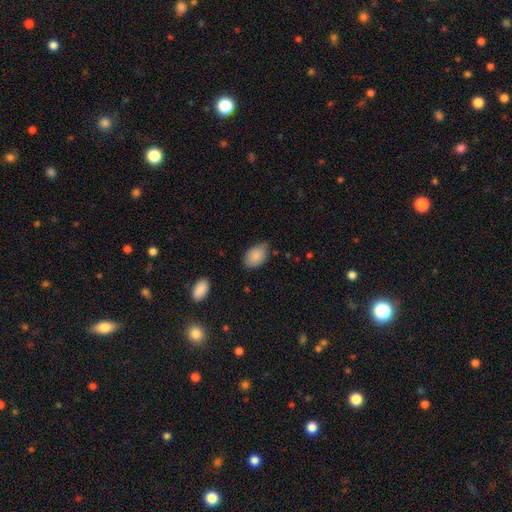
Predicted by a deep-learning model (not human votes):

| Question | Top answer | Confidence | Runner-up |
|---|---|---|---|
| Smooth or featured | smooth | 87% | star or artifact (7%) |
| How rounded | in between | 89% | round (10%) |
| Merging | none | 65% | minor disturbance (28%) |